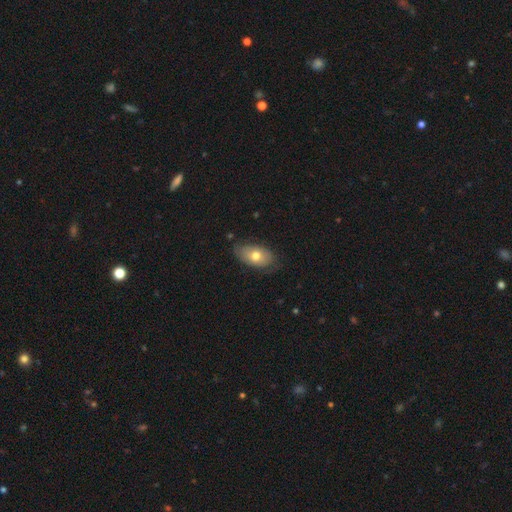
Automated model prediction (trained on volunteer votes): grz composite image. It shows a smooth galaxy with no disk features (68%) that is in between round and cigar-shaped (91%). Merging: none (68%).